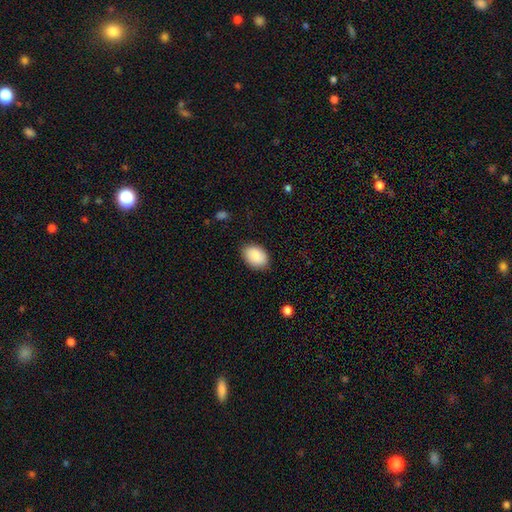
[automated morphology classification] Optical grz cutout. It shows a smooth galaxy with no disk features (89%) that is in between round and cigar-shaped (83%). Merging: none (85%).